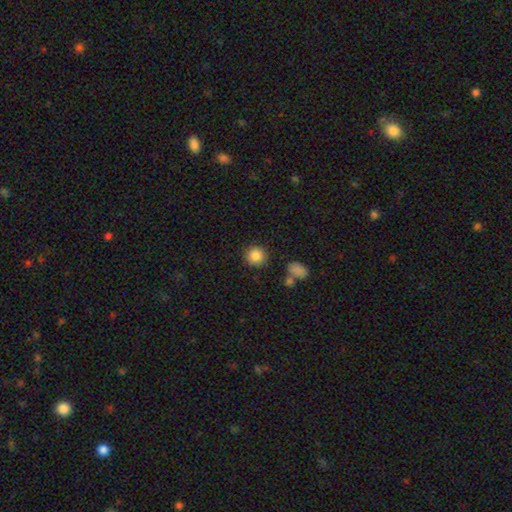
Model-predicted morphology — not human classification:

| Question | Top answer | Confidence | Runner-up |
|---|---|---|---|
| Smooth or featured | smooth | 87% | star or artifact (9%) |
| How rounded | round | 92% | in between (7%) |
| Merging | none | 86% | minor disturbance (8%) |